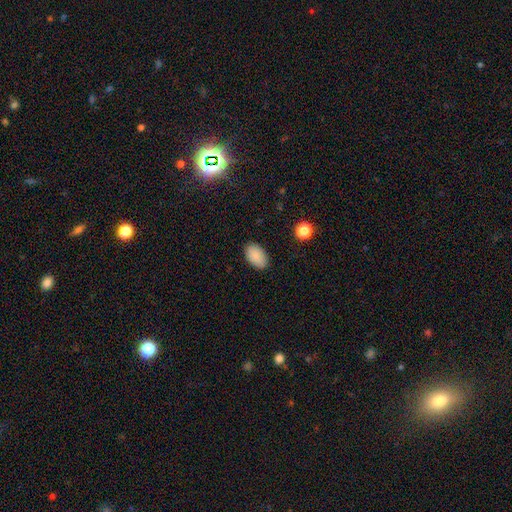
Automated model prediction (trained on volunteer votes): A smooth galaxy with no disk features (88%) that is in between round and cigar-shaped (92%).

Vote fractions:
- Smooth or featured? smooth: 88% / star or artifact: 7% / featured or disk: 5%
- How rounded? in between: 92% / round: 7% / cigar-shaped: 1%
- Merging? none: 87% / minor disturbance: 10% / major disturbance: 2% / merger: 1%